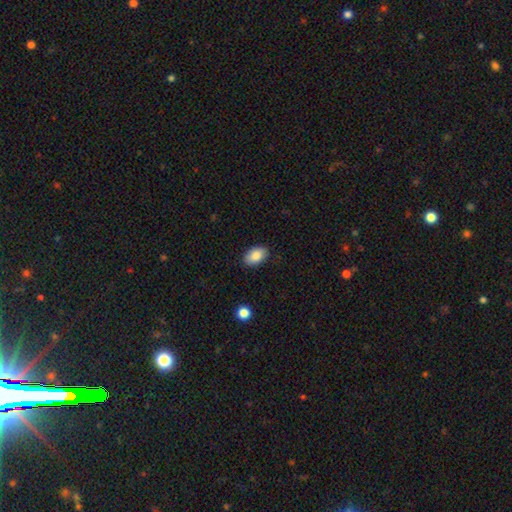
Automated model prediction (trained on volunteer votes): smooth_or_featured: smooth (p=0.87) [alt: star or artifact p=0.07]
how_rounded: in between (p=0.92) [alt: round p=0.07]
merging: none (p=0.88) [alt: minor disturbance p=0.09]